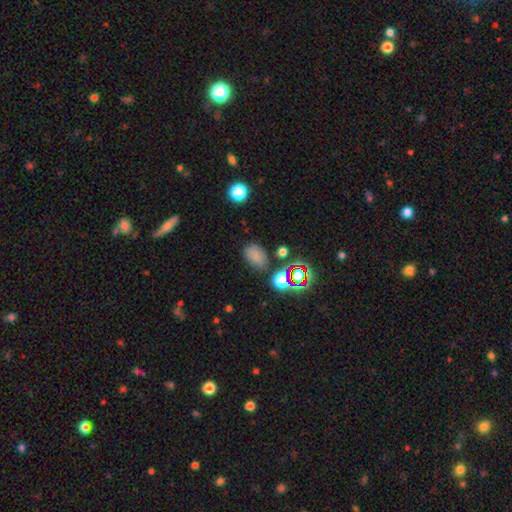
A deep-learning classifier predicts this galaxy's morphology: type=smooth (72%); roundness=in between (82%); merging=none (72%).